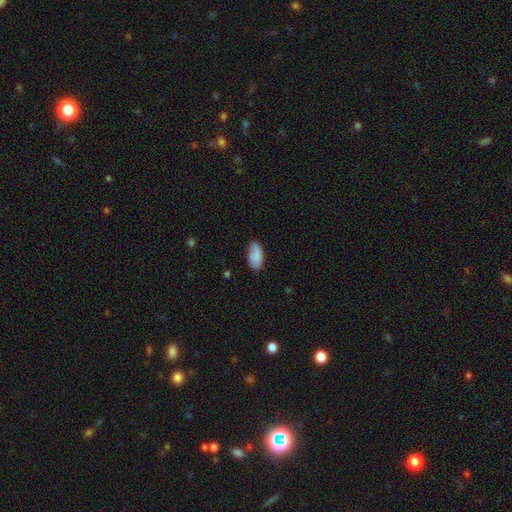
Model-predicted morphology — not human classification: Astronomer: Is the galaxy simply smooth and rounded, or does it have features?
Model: smooth — 88%.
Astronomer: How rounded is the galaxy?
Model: in between — 93%.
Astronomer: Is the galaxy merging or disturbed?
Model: none — 80%.